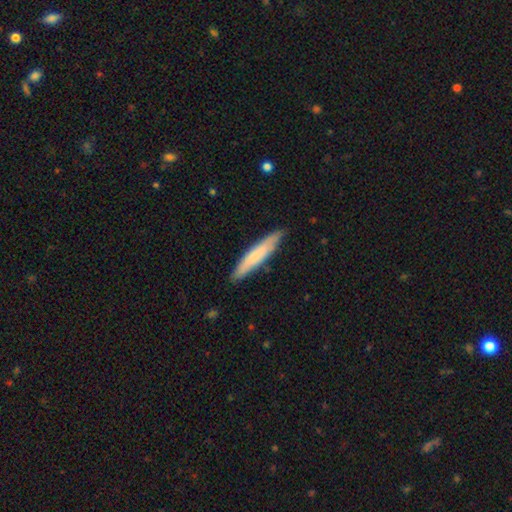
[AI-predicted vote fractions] smooth 70%, featured or disk 25%, star or artifact 5%. Down the decision tree: how rounded — cigar-shaped (90%); merging — none (86%).